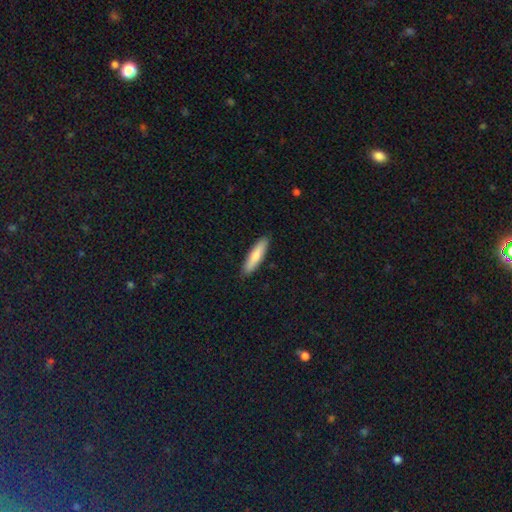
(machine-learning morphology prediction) A smooth galaxy with no disk features (79%) that is cigar-shaped (78%). Merging: none (89%).